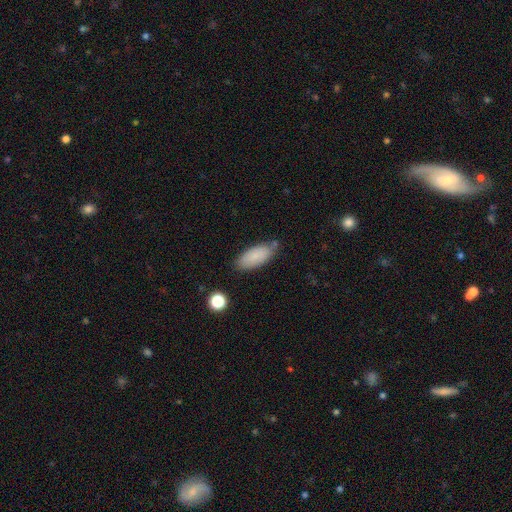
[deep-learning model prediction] smooth-or-featured: smooth: 83% | featured or disk: 10% | star or artifact: 7%
  how-rounded: in between: 85% | cigar-shaped: 13% | round: 2%
  merging: none: 72% | minor disturbance: 18% | merger: 6% | major disturbance: 4%